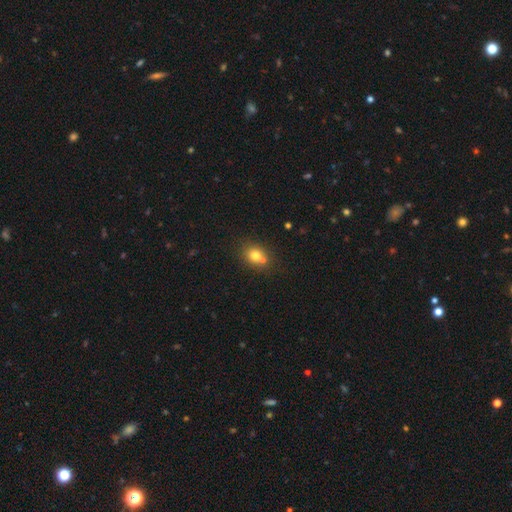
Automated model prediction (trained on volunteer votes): A smooth galaxy with no disk features (76%) that is round (63%). Merging: none (57%).